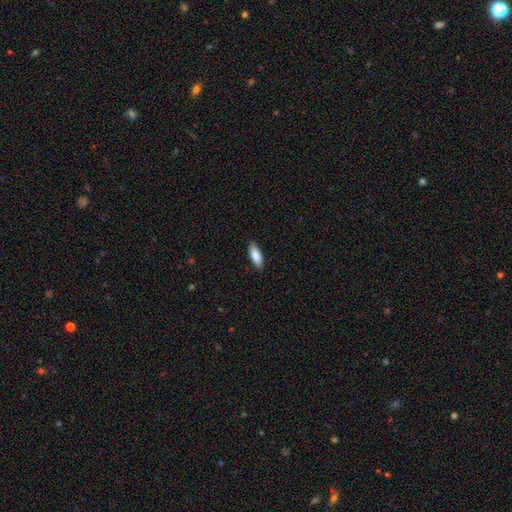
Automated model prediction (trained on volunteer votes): Overall: smooth (86%). How rounded: in between (66%; cigar-shaped 32%). Merging: none (87%).